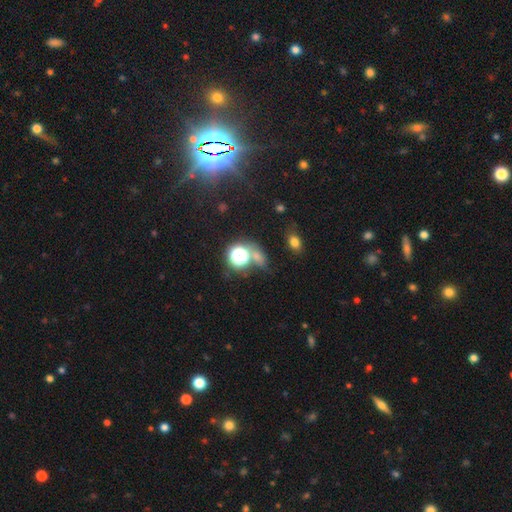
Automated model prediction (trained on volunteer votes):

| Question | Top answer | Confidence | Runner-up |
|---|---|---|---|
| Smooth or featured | smooth | 49% | star or artifact (42%) |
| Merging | none | 59% | merger (17%) |